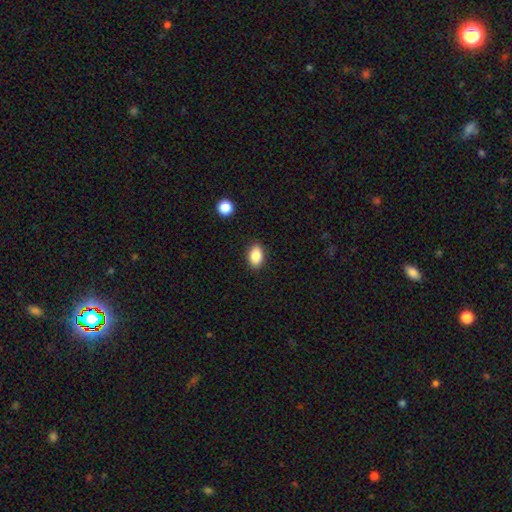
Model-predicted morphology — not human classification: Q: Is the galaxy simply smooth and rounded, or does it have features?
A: smooth — 87%.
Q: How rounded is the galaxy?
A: in between — 87%.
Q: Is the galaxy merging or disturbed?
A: none — 87%.